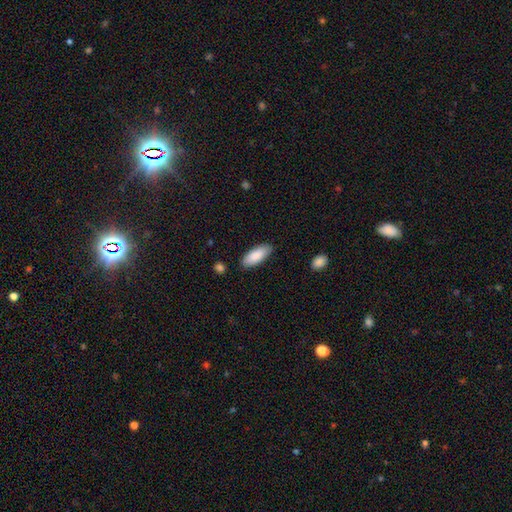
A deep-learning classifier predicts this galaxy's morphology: Overall: smooth (87%). How rounded: in between (76%). Merging: none (86%).